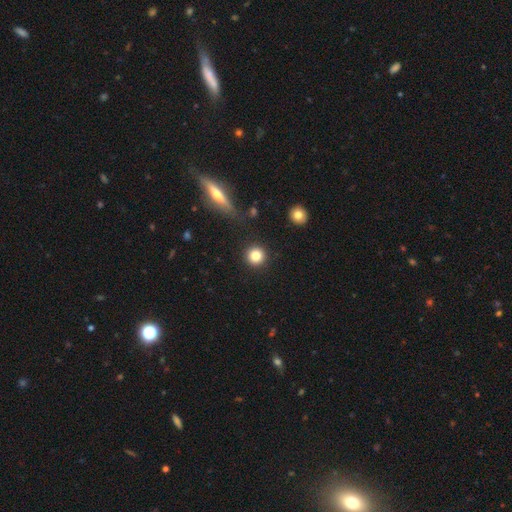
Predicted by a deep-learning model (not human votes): This is clearly a smooth galaxy (83%). How rounded: clearly round (93%). Merging: clearly none (90%).